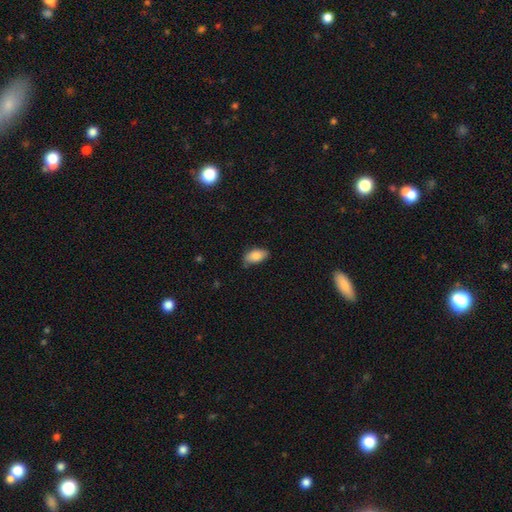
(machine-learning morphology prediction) smooth_or_featured: smooth (p=0.85) [alt: featured or disk p=0.08]
how_rounded: in between (p=0.93) [alt: cigar-shaped p=0.04]
merging: none (p=0.73) [alt: minor disturbance p=0.22]